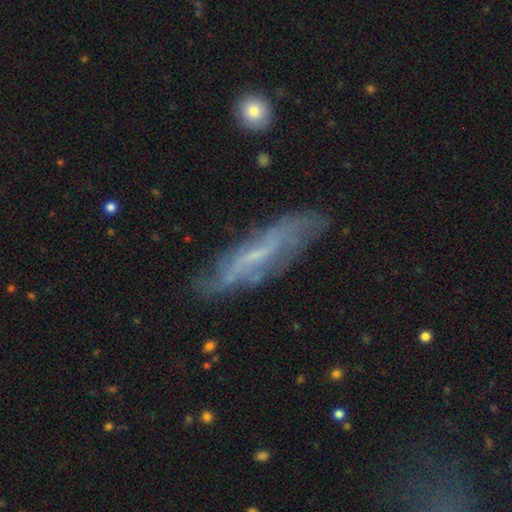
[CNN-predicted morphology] This is likely a featured or disk galaxy (66%). It is possibly not viewed edge-on (57%). Merging: likely none (70%).